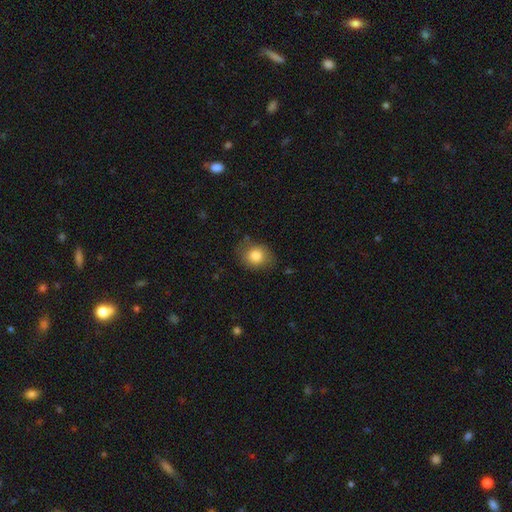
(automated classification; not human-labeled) Smooth or featured: smooth — 83% (featured or disk — 9%)
How rounded: round — 62% (in between — 37%)
Merging: none — 73% (minor disturbance — 20%)